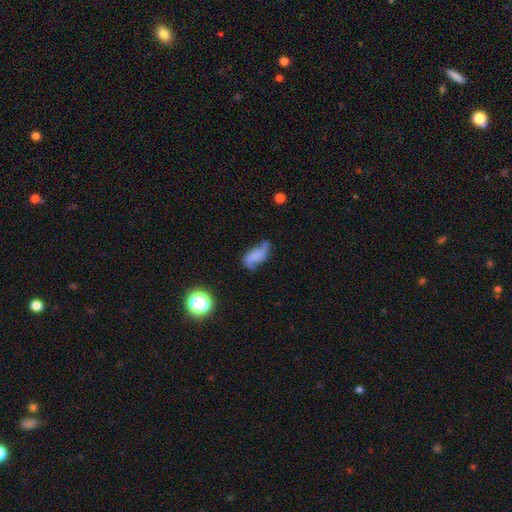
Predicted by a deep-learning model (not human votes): smooth_or_featured: featured or disk (p=0.44) [alt: smooth p=0.43]
merging: none (p=0.42) [alt: minor disturbance p=0.30]